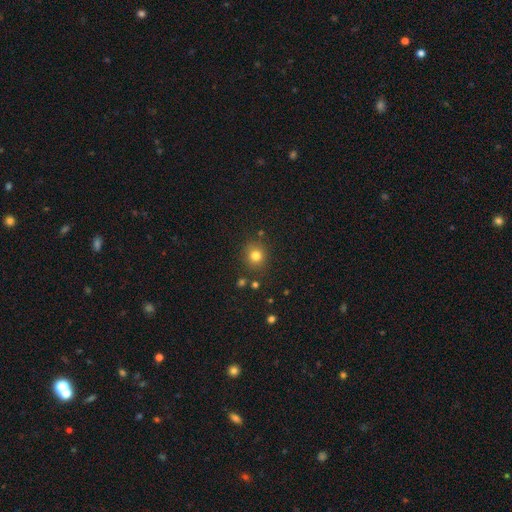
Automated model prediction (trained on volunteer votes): Smooth or featured? smooth (80%)
How rounded? round (87%)
Merging? none (84%)